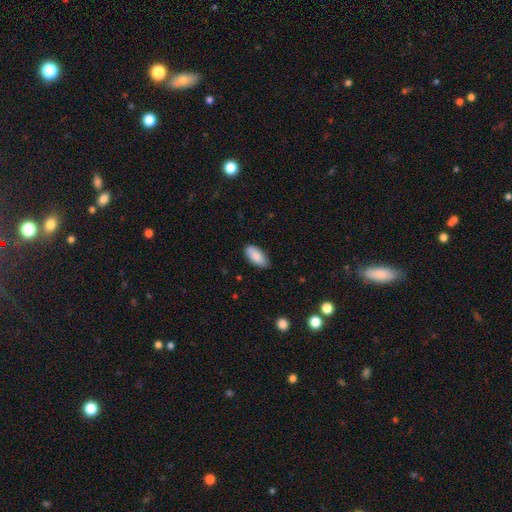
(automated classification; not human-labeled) Smooth or featured?
  - smooth: 87% *
  - featured or disk: 7%
  - star or artifact: 6%
How rounded?
  - in between: 91% *
  - cigar-shaped: 7%
  - round: 2%
Merging?
  - none: 81% *
  - minor disturbance: 15%
  - major disturbance: 2%
  - merger: 1%